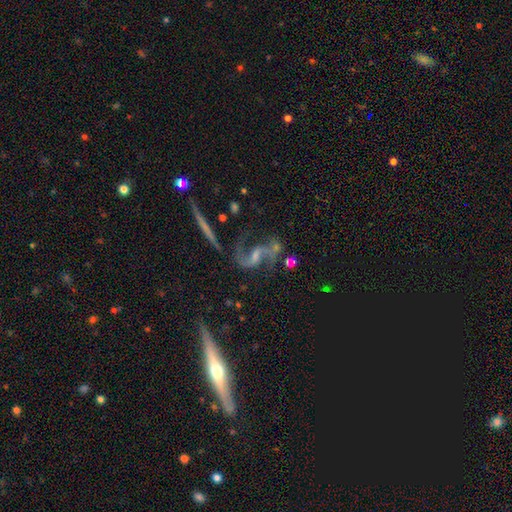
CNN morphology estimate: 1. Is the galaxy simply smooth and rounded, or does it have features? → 83% featured or disk, 10% star or artifact, 7% smooth.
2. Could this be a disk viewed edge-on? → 92% no, 8% yes.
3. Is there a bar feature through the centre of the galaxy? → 43% weak, 35% no, 22% strong.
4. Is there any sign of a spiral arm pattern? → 93% yes, 7% no.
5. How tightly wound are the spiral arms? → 64% loose, 29% medium, 7% tight.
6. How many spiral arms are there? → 90% 2, 4% 1, 3% can't tell, 1% 3, 1% 4, 1% more than 4.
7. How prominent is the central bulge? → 42% small, 29% moderate, 23% none, 4% large, 2% dominant.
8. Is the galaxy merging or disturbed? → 54% none, 16% minor disturbance, 16% major disturbance, 13% merger.